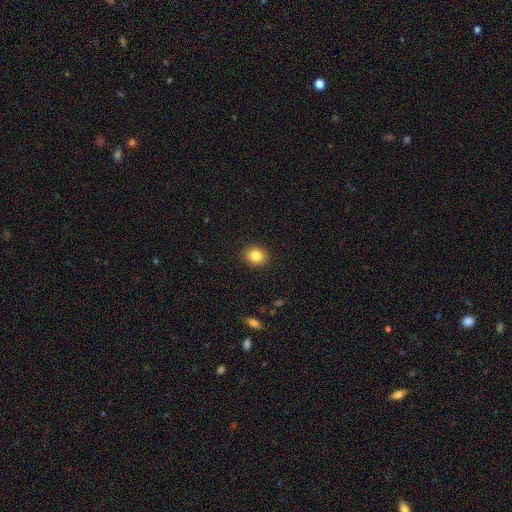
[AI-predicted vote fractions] Smooth or featured? Predicted: smooth (p=0.84). How rounded? Predicted: round (p=0.68). Merging? Predicted: none (p=0.90).